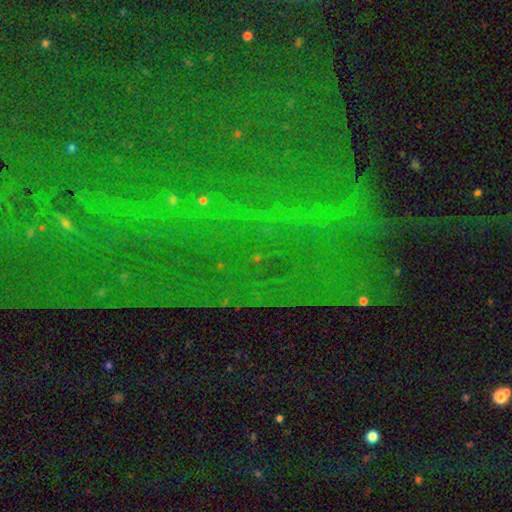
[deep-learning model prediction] smooth-or-featured: star or artifact: 84% | featured or disk: 8% | smooth: 8%